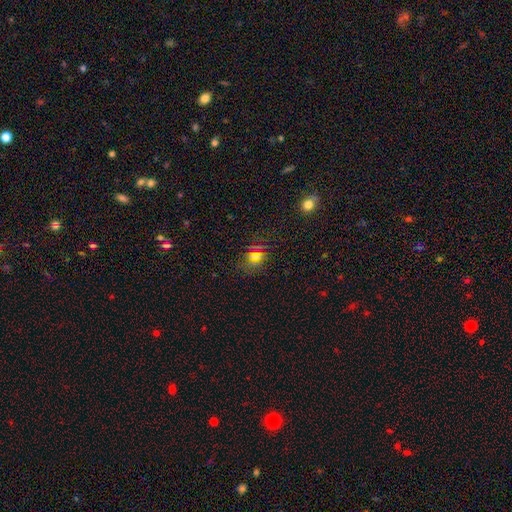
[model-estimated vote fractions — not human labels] A smooth galaxy with no disk features (46%).

Vote fractions:
- Smooth or featured? smooth: 46% / star or artifact: 39% / featured or disk: 14%
- Merging? none: 82% / minor disturbance: 10% / major disturbance: 5% / merger: 2%